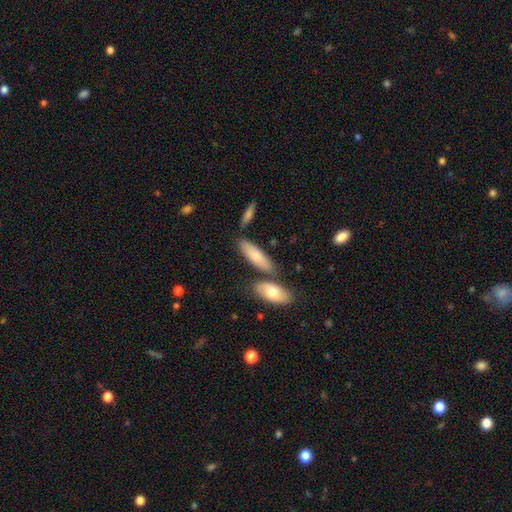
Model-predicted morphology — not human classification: A smooth galaxy with no disk features (76%) that is in between round and cigar-shaped (59%). Merging: none (69%).